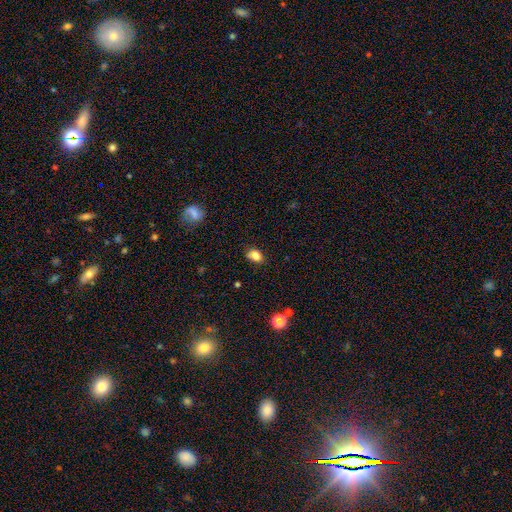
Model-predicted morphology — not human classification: type=smooth (80%); roundness=in between (72%); merging=none (66%).